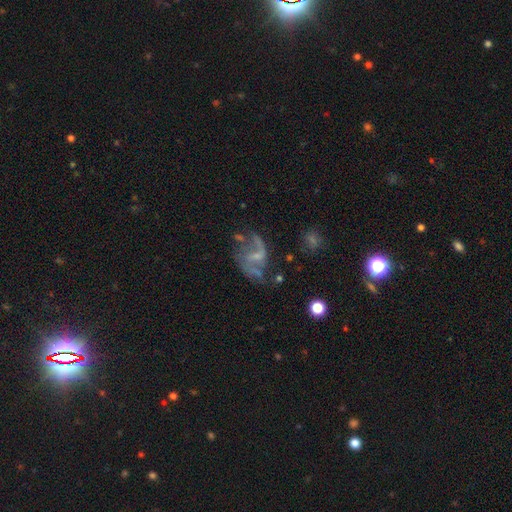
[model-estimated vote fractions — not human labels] Q: Smooth or featured?
A: featured or disk (78%); runner-up: smooth (12%)
Q: Edge-on disk?
A: no (98%); runner-up: yes (2%)
Q: Bar?
A: weak (49%); runner-up: no (35%)
Q: Spiral arms?
A: yes (85%); runner-up: no (15%)
Q: Spiral winding?
A: loose (68%); runner-up: medium (27%)
Q: Spiral arm count?
A: 2 (82%); runner-up: 1 (7%)
Q: Bulge size?
A: small (47%); runner-up: none (31%)
Q: Merging?
A: none (45%); runner-up: major disturbance (27%)